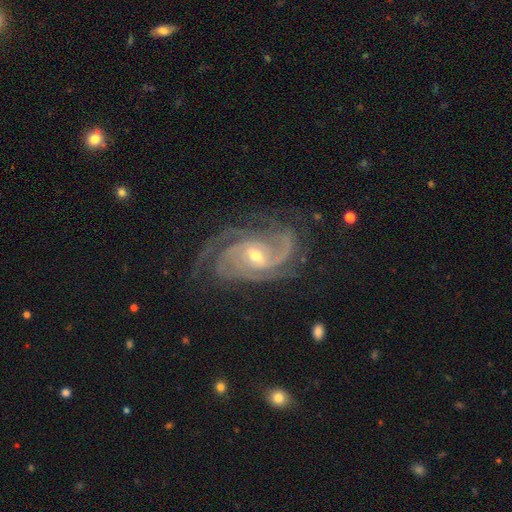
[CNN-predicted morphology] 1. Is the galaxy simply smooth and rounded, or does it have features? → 92% featured or disk, 5% star or artifact, 3% smooth.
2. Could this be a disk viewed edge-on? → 97% no, 3% yes.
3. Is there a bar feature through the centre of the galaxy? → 44% no, 40% weak, 15% strong.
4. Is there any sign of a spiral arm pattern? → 98% yes, 2% no.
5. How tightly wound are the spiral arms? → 58% tight, 36% medium, 6% loose.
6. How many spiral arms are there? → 39% 3, 24% 2, 14% 4, 13% can't tell, 6% more than 4, 6% 1.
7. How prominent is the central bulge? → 50% small, 47% moderate, 2% large, 1% none, 1% dominant.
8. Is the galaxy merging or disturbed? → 69% none, 19% minor disturbance, 10% major disturbance, 1% merger.